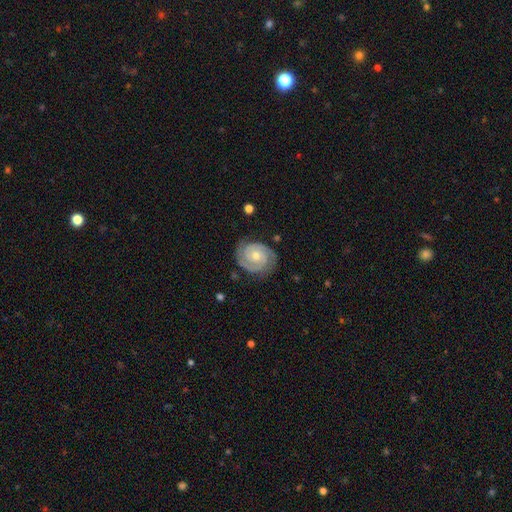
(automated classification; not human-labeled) Smooth or featured: featured or disk — 89% (smooth — 7%)
Edge-on disk: no — 98% (yes — 2%)
Bar: no — 70% (weak — 25%)
Spiral arms: yes — 98% (no — 2%)
Spiral winding: tight — 72% (medium — 24%)
Spiral arm count: 2 — 82% (3 — 8%)
Bulge size: moderate — 50% (small — 46%)
Merging: none — 81% (minor disturbance — 14%)